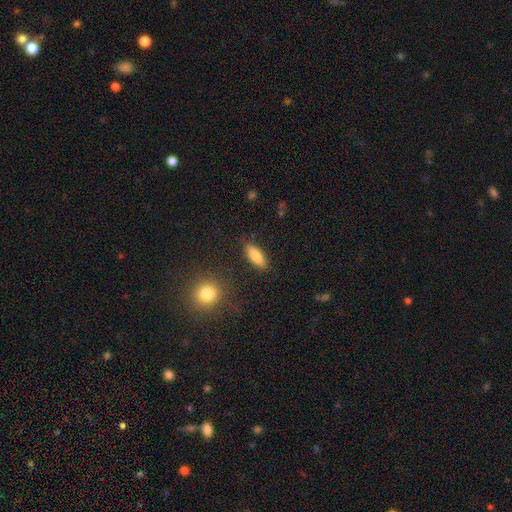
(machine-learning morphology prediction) smooth-or-featured: smooth: 82% | featured or disk: 11% | star or artifact: 7%
  how-rounded: in between: 70% | cigar-shaped: 27% | round: 2%
  merging: none: 86% | minor disturbance: 9% | major disturbance: 3% | merger: 2%